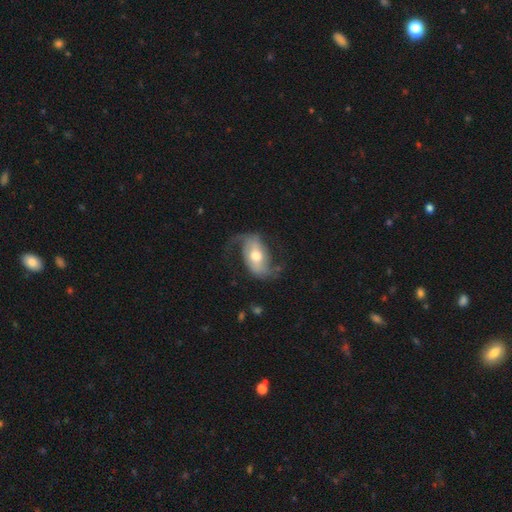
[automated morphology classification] type=featured or disk (80%); edge-on=no (96%); bar=weak (37%); spiral arms=yes (91%); winding=loose (66%); arm count=2 (89%); bulge=moderate (70%); merging=none (63%).